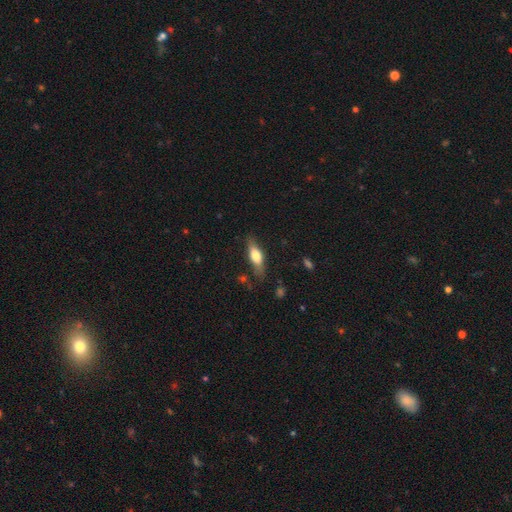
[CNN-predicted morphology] The model was most divided on "how rounded": in between: 57%, cigar-shaped: 40%, round: 3%. More confident: merging — none (76%); smooth or featured — smooth (60%).